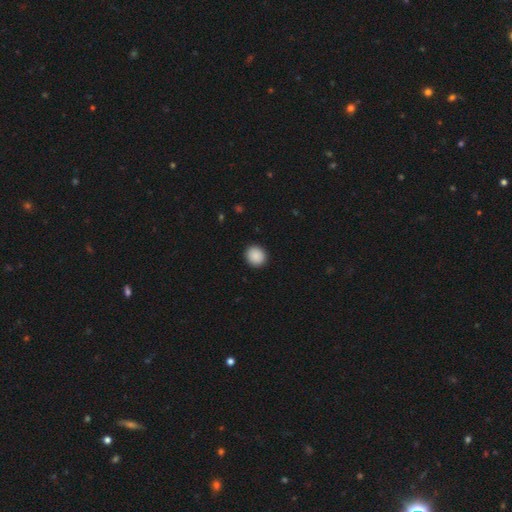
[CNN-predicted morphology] smooth-or-featured: smooth: 90% | star or artifact: 8% | featured or disk: 3%
  how-rounded: round: 85% | in between: 14% | cigar-shaped: 1%
  merging: none: 92% | minor disturbance: 5% | major disturbance: 2% | merger: 1%